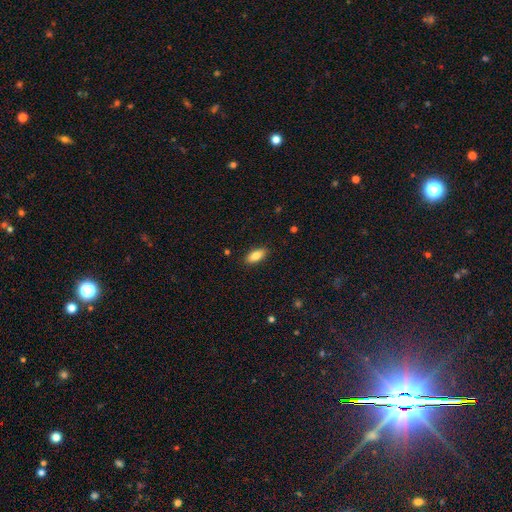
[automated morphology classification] This appears to be a smooth galaxy with no disk features (83%) that is in between round and cigar-shaped (83%). Merging: none (89%).